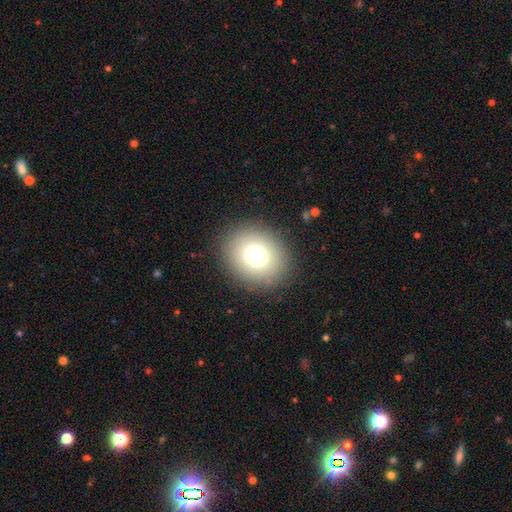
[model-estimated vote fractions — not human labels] This appears to be a smooth galaxy with no disk features (73%) that is round (80%). Merging: none (89%).